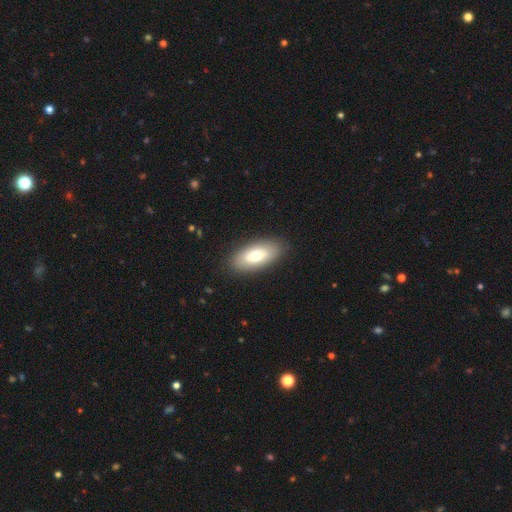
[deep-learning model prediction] A smooth galaxy with no disk features (71%) that is in between round and cigar-shaped (89%).

Vote fractions:
- Smooth or featured? smooth: 71% / featured or disk: 23% / star or artifact: 6%
- How rounded? in between: 89% / cigar-shaped: 9% / round: 3%
- Merging? none: 88% / minor disturbance: 8% / major disturbance: 2% / merger: 1%